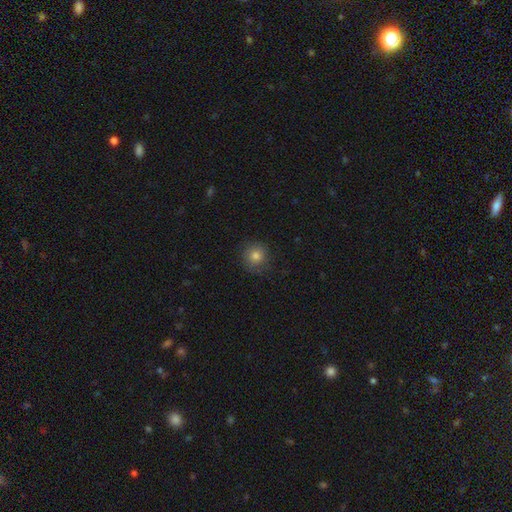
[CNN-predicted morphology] Smooth or featured?
  - smooth: 79% *
  - featured or disk: 11%
  - star or artifact: 10%
How rounded?
  - round: 91% *
  - in between: 8%
  - cigar-shaped: 1%
Merging?
  - none: 80% *
  - minor disturbance: 14%
  - major disturbance: 5%
  - merger: 1%